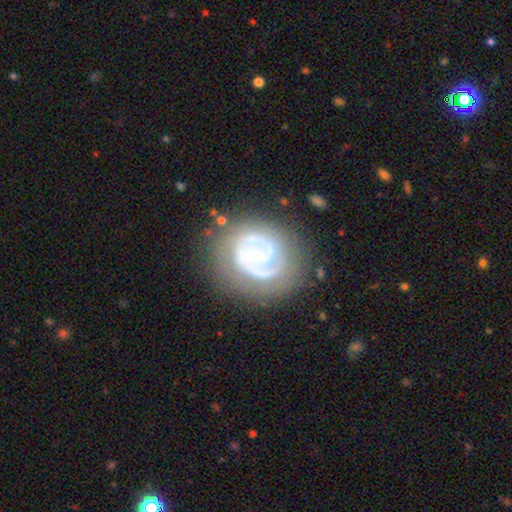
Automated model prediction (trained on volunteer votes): Q: Smooth or featured?
A: featured or disk (79%); runner-up: smooth (15%)
Q: Edge-on disk?
A: no (97%); runner-up: yes (3%)
Q: Bar?
A: no (68%); runner-up: weak (24%)
Q: Spiral arms?
A: yes (78%); runner-up: no (22%)
Q: Spiral winding?
A: tight (61%); runner-up: medium (29%)
Q: Spiral arm count?
A: 2 (39%); runner-up: can't tell (27%)
Q: Bulge size?
A: small (69%); runner-up: moderate (27%)
Q: Merging?
A: none (69%); runner-up: minor disturbance (18%)